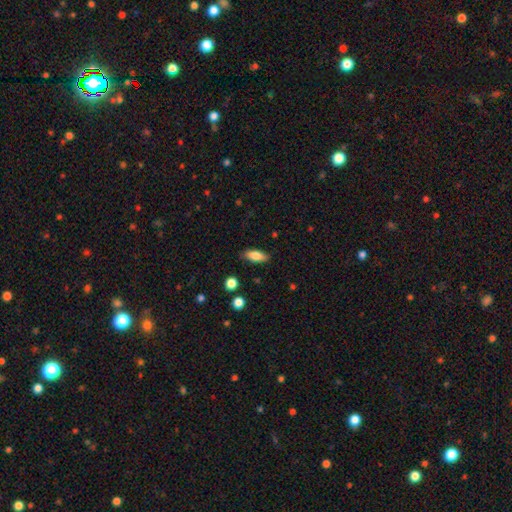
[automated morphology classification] A smooth galaxy with no disk features (81%) that is in between round and cigar-shaped (79%).

Vote fractions:
- Smooth or featured? smooth: 81% / featured or disk: 11% / star or artifact: 7%
- How rounded? in between: 79% / cigar-shaped: 19% / round: 3%
- Merging? none: 84% / minor disturbance: 12% / major disturbance: 3% / merger: 1%